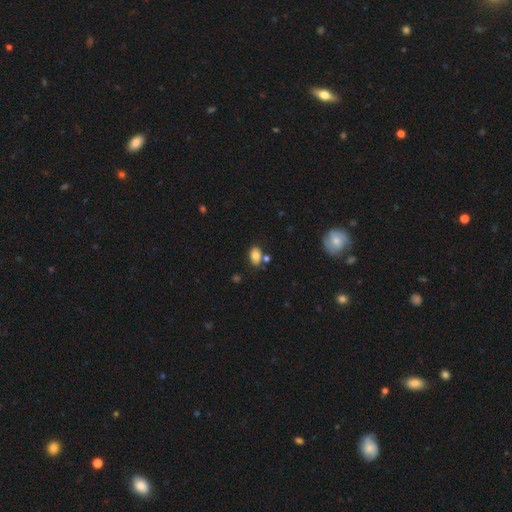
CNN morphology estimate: The model was most divided on "merging": none: 67%, minor disturbance: 15%, merger: 15%, major disturbance: 4%. More confident: how rounded — in between (84%); smooth or featured — smooth (80%).